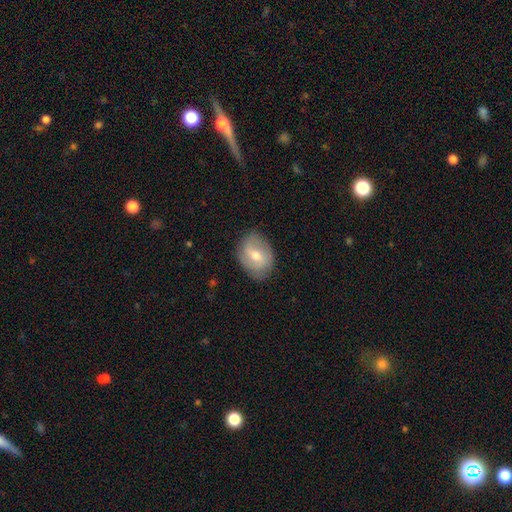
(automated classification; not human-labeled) A smooth galaxy with no disk features (48%). Merging: none (78%).